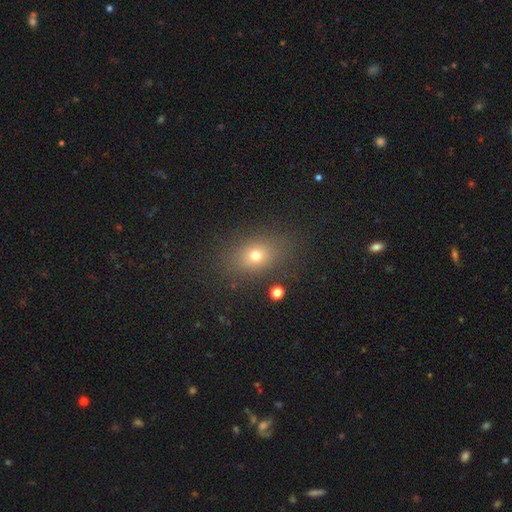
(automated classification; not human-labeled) smooth 71%, star or artifact 17%, featured or disk 13%. Down the decision tree: how rounded — in between (63%); merging — none (82%).